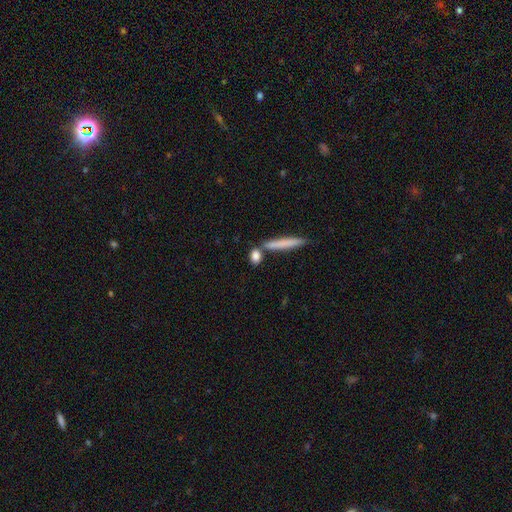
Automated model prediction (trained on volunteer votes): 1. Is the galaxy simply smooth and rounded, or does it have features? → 81% smooth, 12% featured or disk, 7% star or artifact.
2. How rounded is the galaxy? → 42% in between, 34% cigar-shaped, 24% round.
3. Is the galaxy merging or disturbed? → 67% none, 17% merger, 12% minor disturbance, 4% major disturbance.